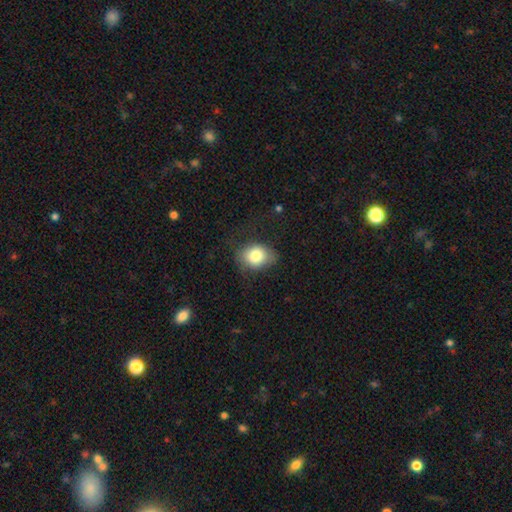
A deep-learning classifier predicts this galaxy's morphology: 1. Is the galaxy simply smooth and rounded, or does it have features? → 80% smooth, 11% featured or disk, 8% star or artifact.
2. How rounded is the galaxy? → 54% in between, 45% round, 1% cigar-shaped.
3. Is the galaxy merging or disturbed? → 64% none, 23% minor disturbance, 11% major disturbance, 1% merger.